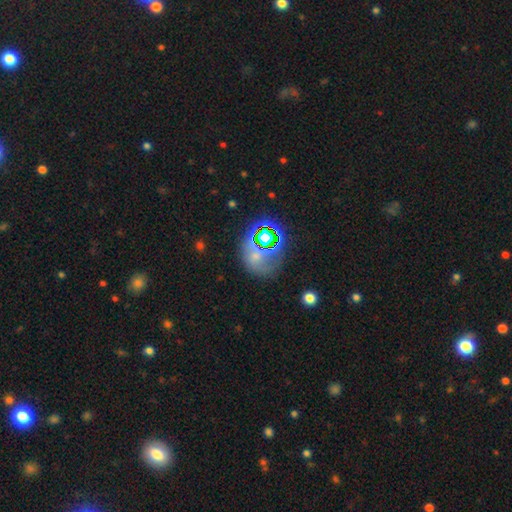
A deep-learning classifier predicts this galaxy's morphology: smooth_or_featured: smooth (p=0.43) [alt: star or artifact p=0.36]
merging: none (p=0.55) [alt: minor disturbance p=0.19]